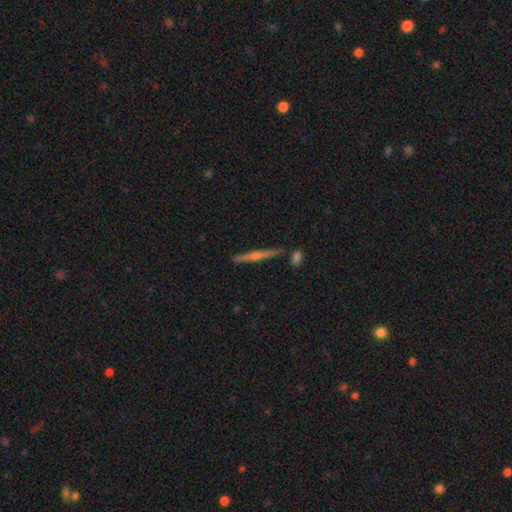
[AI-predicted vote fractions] Q: Smooth or featured?
A: featured or disk (72%); runner-up: smooth (19%)
Q: Edge-on disk?
A: yes (96%); runner-up: no (4%)
Q: Edge-on bulge?
A: rounded (77%); runner-up: none (15%)
Q: Merging?
A: none (82%); runner-up: minor disturbance (9%)